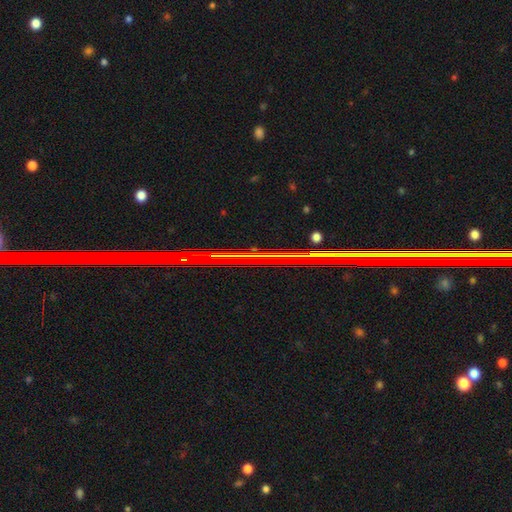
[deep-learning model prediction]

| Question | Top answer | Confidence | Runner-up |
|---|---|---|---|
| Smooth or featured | star or artifact | 84% | featured or disk (9%) |